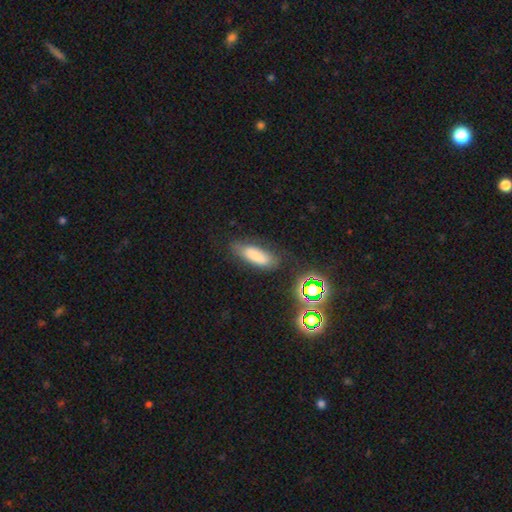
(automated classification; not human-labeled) This is likely a smooth galaxy (76%). How rounded: likely in between (63%). Merging: likely none (70%).